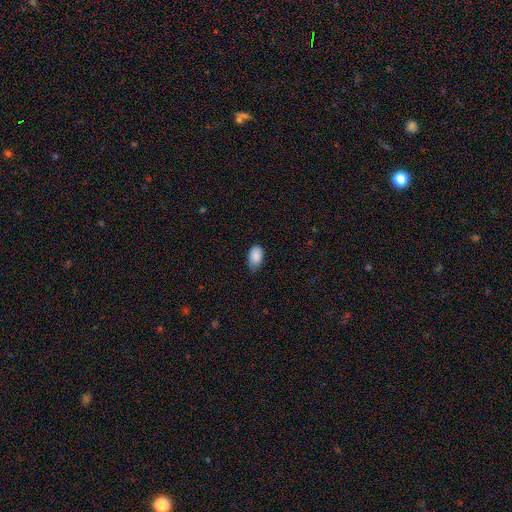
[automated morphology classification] This is clearly a smooth galaxy (88%). How rounded: clearly in between (91%). Merging: likely none (61%).